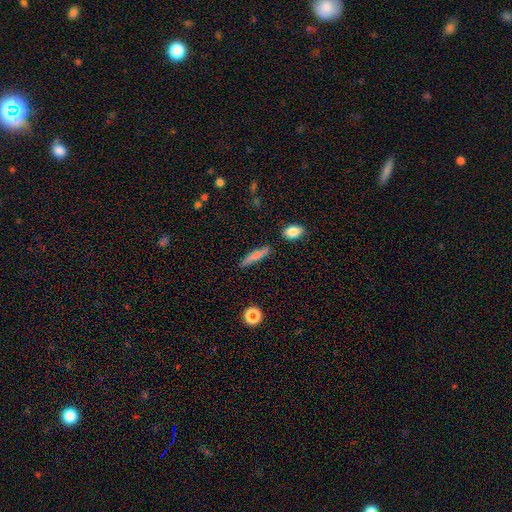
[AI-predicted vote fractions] Smooth or featured: smooth — 74% (featured or disk — 19%)
How rounded: cigar-shaped — 83% (in between — 15%)
Merging: none — 79% (minor disturbance — 14%)